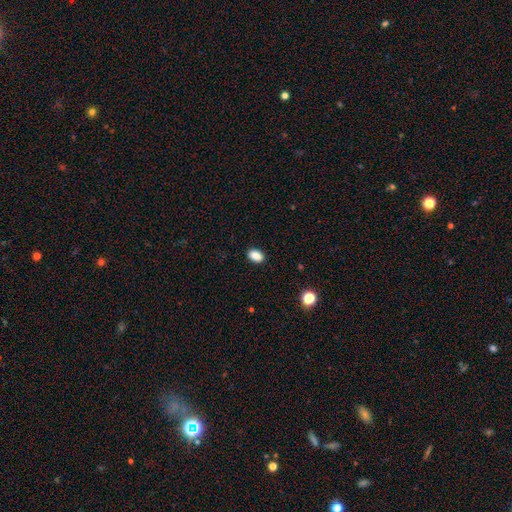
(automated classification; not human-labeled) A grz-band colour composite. It shows a smooth galaxy with no disk features (88%) that is in between round and cigar-shaped (86%). Merging: none (89%).